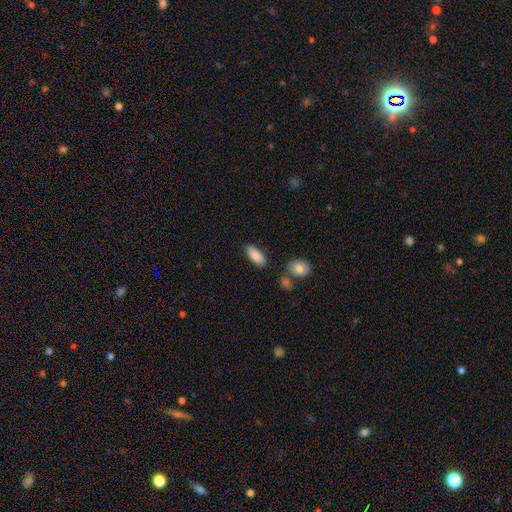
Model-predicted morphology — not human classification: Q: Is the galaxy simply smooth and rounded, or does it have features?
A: smooth — 87%.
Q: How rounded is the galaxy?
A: in between — 85%.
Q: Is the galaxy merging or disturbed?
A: none — 80%.